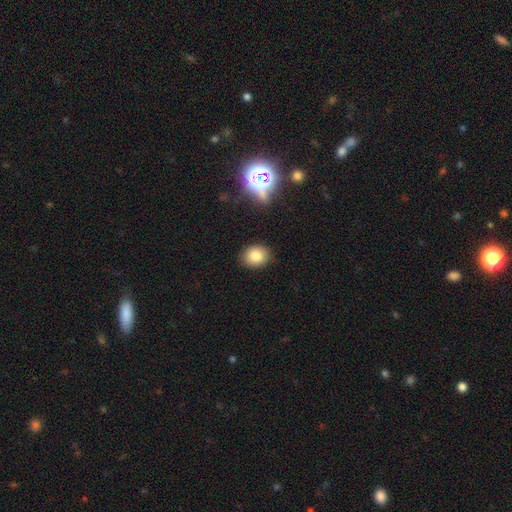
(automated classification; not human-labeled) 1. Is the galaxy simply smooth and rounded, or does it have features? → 82% smooth, 11% star or artifact, 7% featured or disk.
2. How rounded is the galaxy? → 51% round, 48% in between, 1% cigar-shaped.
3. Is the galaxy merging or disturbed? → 87% none, 9% minor disturbance, 2% major disturbance, 1% merger.